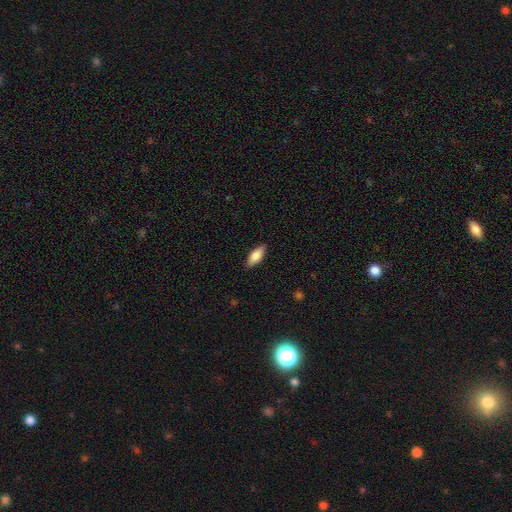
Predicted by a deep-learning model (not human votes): Q: Smooth or featured?
A: smooth (80%); runner-up: featured or disk (14%)
Q: How rounded?
A: in between (74%); runner-up: cigar-shaped (23%)
Q: Merging?
A: none (88%); runner-up: minor disturbance (9%)